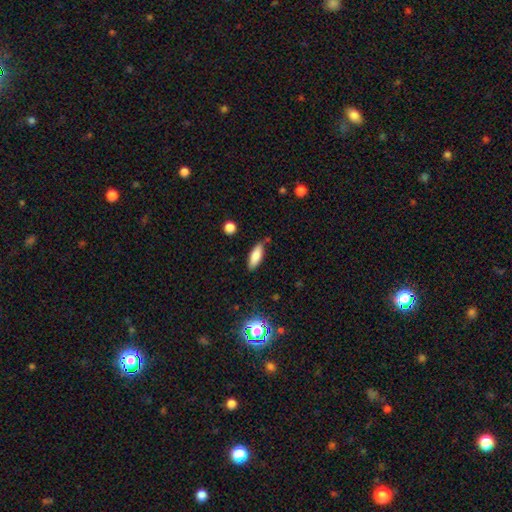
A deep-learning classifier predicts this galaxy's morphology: A smooth galaxy with no disk features (80%) that is in between round and cigar-shaped (64%).

Vote fractions:
- Smooth or featured? smooth: 80% / featured or disk: 11% / star or artifact: 8%
- How rounded? in between: 64% / cigar-shaped: 33% / round: 2%
- Merging? none: 76% / minor disturbance: 17% / merger: 3% / major disturbance: 3%